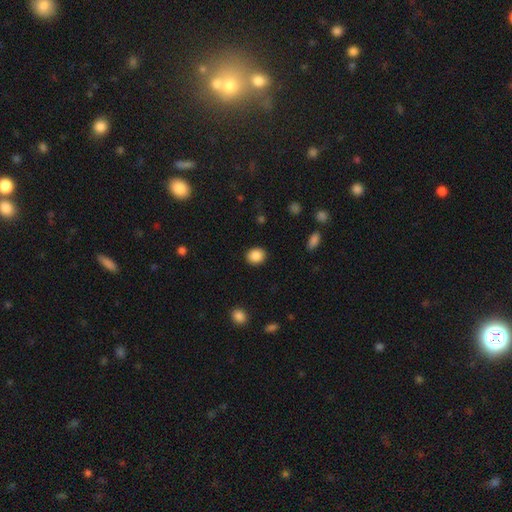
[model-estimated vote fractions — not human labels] Smooth or featured: smooth — 88% (star or artifact — 9%)
How rounded: round — 73% (in between — 26%)
Merging: none — 90% (minor disturbance — 7%)